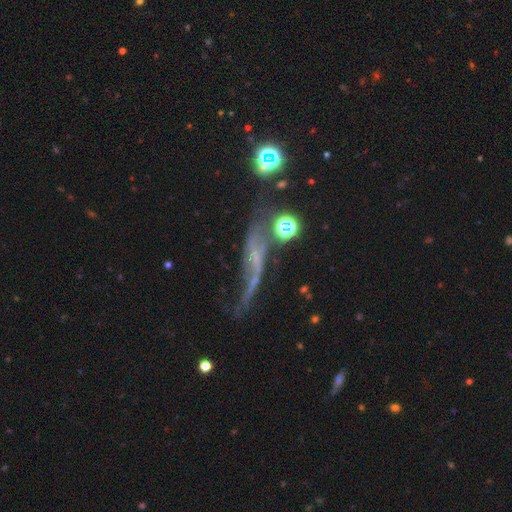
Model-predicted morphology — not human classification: Smooth or featured: featured or disk — 64% (smooth — 18%)
Edge-on disk: no — 67% (yes — 33%)
Merging: none — 38% (major disturbance — 27%)